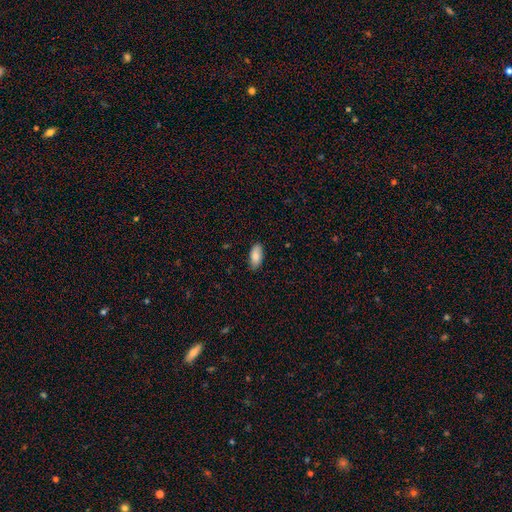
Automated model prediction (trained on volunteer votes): A smooth galaxy with no disk features (84%) that is in between round and cigar-shaped (91%). Merging: none (84%).